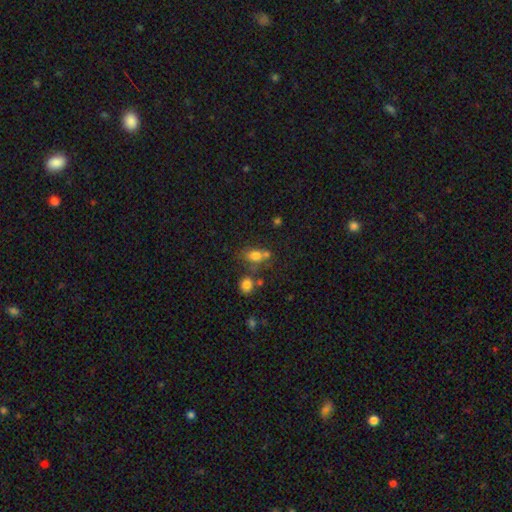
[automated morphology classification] Smooth or featured?
  - smooth: 74% *
  - star or artifact: 13%
  - featured or disk: 13%
How rounded?
  - in between: 72% *
  - round: 25%
  - cigar-shaped: 3%
Merging?
  - none: 44% *
  - merger: 30%
  - minor disturbance: 17%
  - major disturbance: 9%